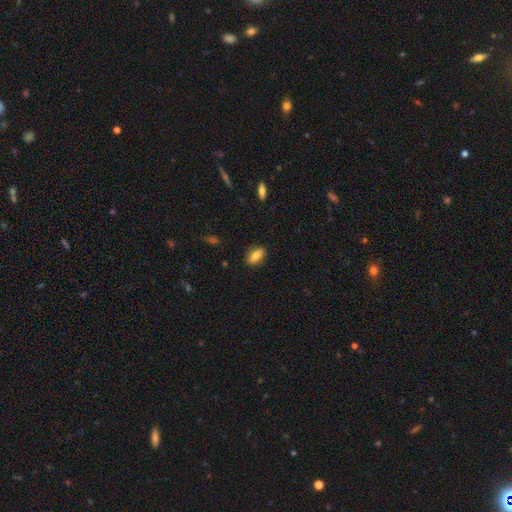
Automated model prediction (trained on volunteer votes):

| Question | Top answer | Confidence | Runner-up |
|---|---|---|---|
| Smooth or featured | smooth | 81% | featured or disk (12%) |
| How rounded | in between | 87% | cigar-shaped (8%) |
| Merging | none | 86% | minor disturbance (11%) |